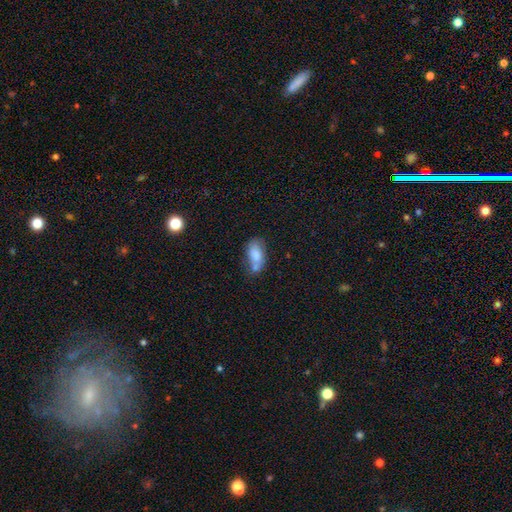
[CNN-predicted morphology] A smooth galaxy with no disk features (76%) that is in between round and cigar-shaped (88%). Merging: none (38%).